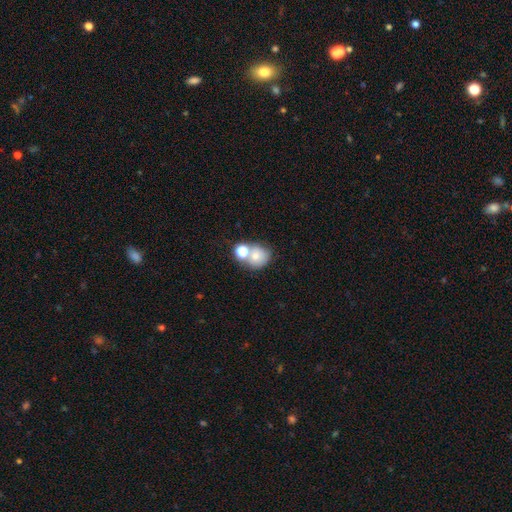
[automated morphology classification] smooth 71%, featured or disk 16%, star or artifact 13%. Down the decision tree: how rounded — round (75%); merging — merger (43%).